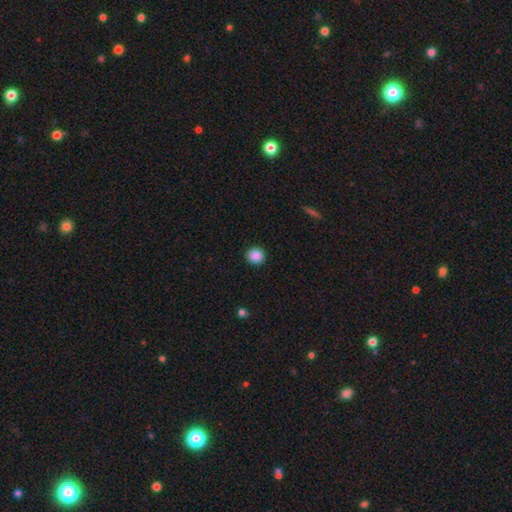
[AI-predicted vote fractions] This is clearly a smooth galaxy (88%). How rounded: clearly round (92%). Merging: clearly none (93%).